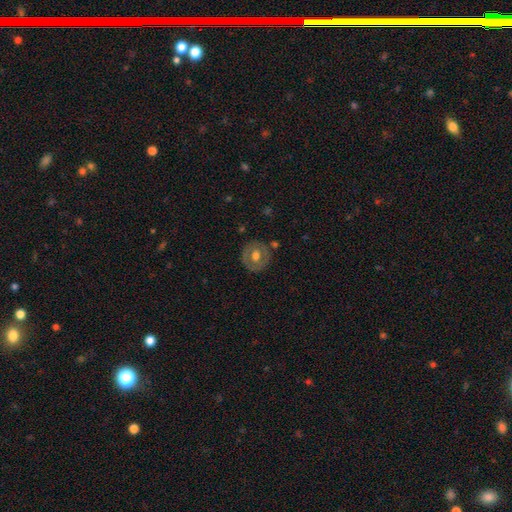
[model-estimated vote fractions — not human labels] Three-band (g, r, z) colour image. It shows a smooth galaxy with no disk features (48%). Merging: none (81%).